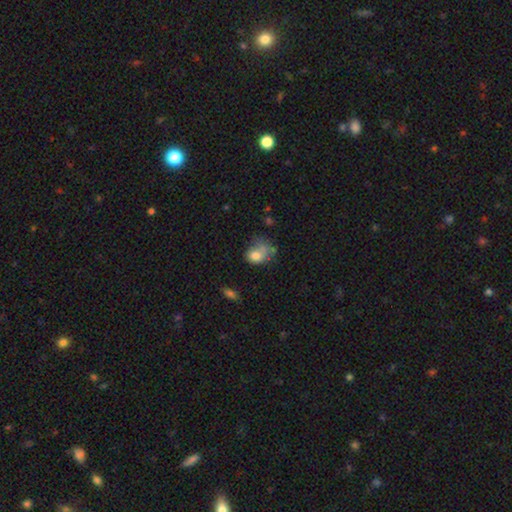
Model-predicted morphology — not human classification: Smooth or featured: smooth — 73% (featured or disk — 17%)
How rounded: in between — 55% (round — 44%)
Merging: major disturbance — 30% (none — 27%)